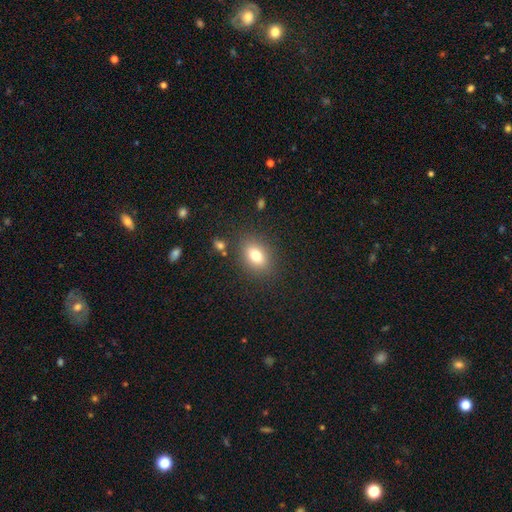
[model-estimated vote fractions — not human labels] Smooth or featured?
  - smooth: 78% *
  - featured or disk: 12%
  - star or artifact: 11%
How rounded?
  - in between: 77% *
  - round: 20%
  - cigar-shaped: 2%
Merging?
  - none: 84% *
  - minor disturbance: 10%
  - major disturbance: 3%
  - merger: 3%